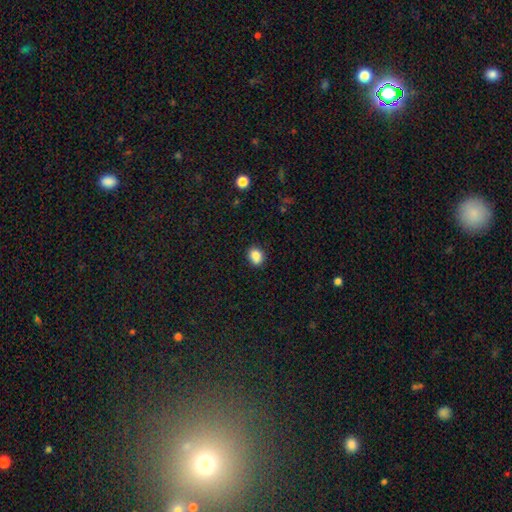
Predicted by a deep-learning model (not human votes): Q: Smooth or featured?
A: smooth (85%); runner-up: star or artifact (10%)
Q: How rounded?
A: round (56%); runner-up: in between (43%)
Q: Merging?
A: none (79%); runner-up: minor disturbance (14%)